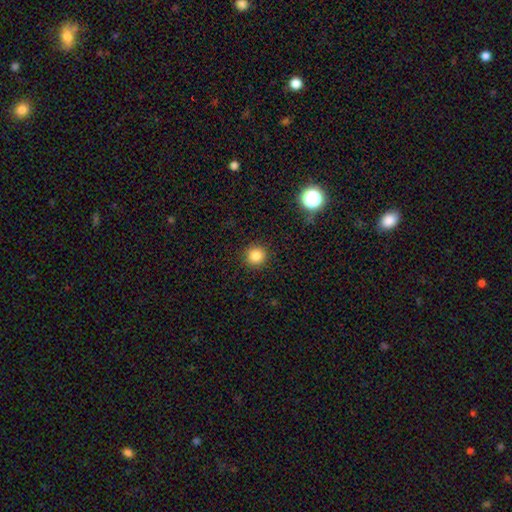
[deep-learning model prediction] Morphology: type=smooth (85%); roundness=round (94%); merging=none (92%).